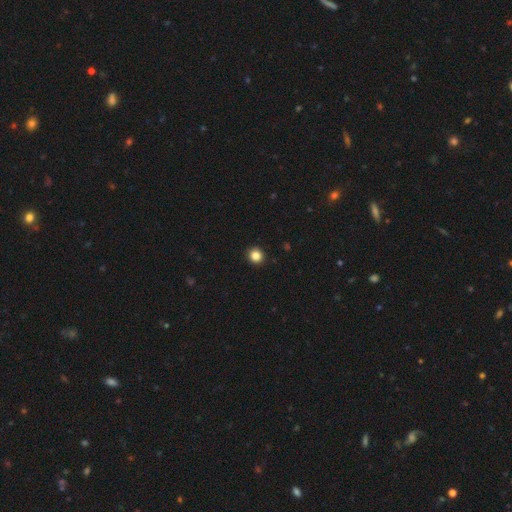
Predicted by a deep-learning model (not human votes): Smooth or featured?
  - smooth: 85% *
  - star or artifact: 11%
  - featured or disk: 4%
How rounded?
  - round: 91% *
  - in between: 8%
  - cigar-shaped: 1%
Merging?
  - none: 93% *
  - minor disturbance: 5%
  - major disturbance: 1%
  - merger: 1%